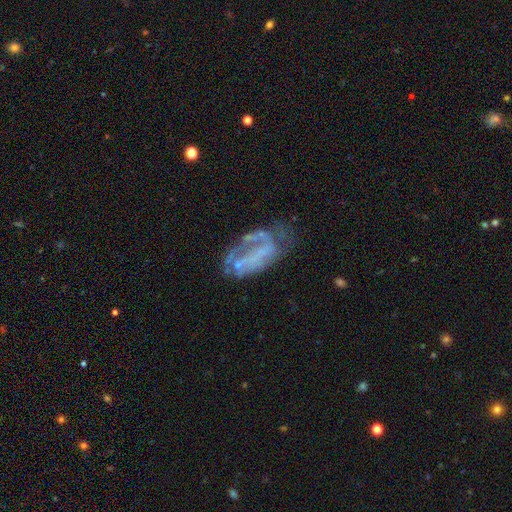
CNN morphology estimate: Smooth or featured: featured or disk — 65% (smooth — 22%)
Edge-on disk: no — 94% (yes — 6%)
Bar: no — 62% (weak — 22%)
Spiral arms: no — 53% (yes — 47%)
Bulge size: none — 72% (small — 18%)
Merging: none — 37% (major disturbance — 35%)